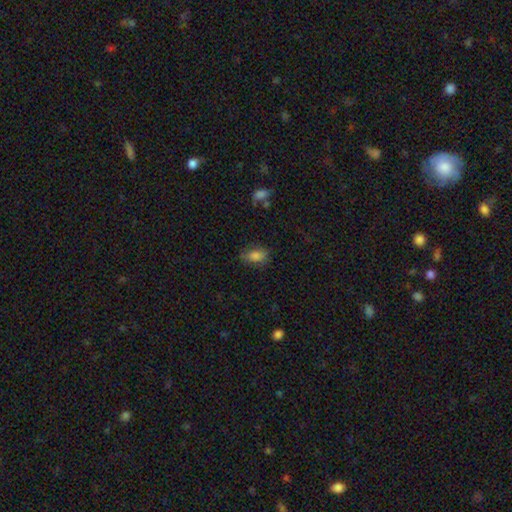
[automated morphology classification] Q: Smooth or featured?
A: smooth (83%); runner-up: star or artifact (10%)
Q: How rounded?
A: in between (87%); runner-up: round (10%)
Q: Merging?
A: none (71%); runner-up: minor disturbance (20%)